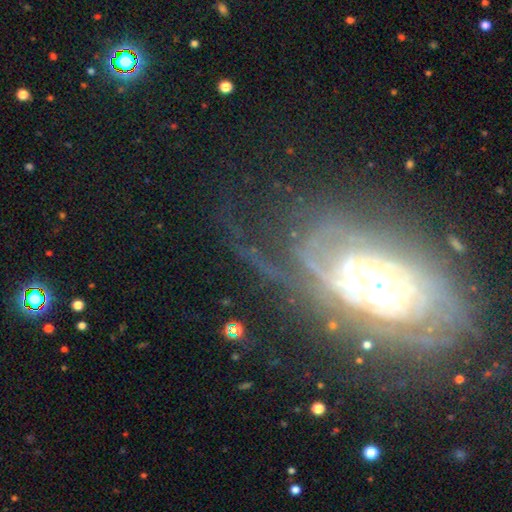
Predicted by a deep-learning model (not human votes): Q: Smooth or featured?
A: featured or disk (83%); runner-up: star or artifact (9%)
Q: Edge-on disk?
A: no (92%); runner-up: yes (8%)
Q: Bar?
A: no (59%); runner-up: weak (25%)
Q: Spiral arms?
A: yes (92%); runner-up: no (8%)
Q: Spiral winding?
A: tight (69%); runner-up: medium (23%)
Q: Spiral arm count?
A: can't tell (38%); runner-up: 2 (18%)
Q: Bulge size?
A: large (41%); runner-up: moderate (37%)
Q: Merging?
A: none (60%); runner-up: minor disturbance (20%)